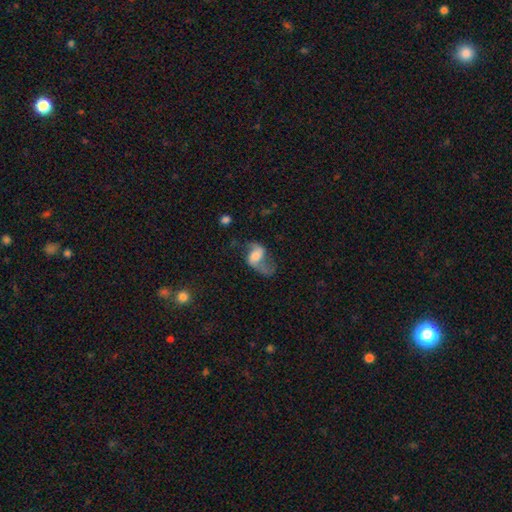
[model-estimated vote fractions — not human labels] Morphology: type=featured or disk (71%); edge-on=no (96%); bar=weak (43%); spiral arms=yes (90%); winding=loose (75%); arm count=2 (88%); bulge=moderate (45%); merging=none (48%).